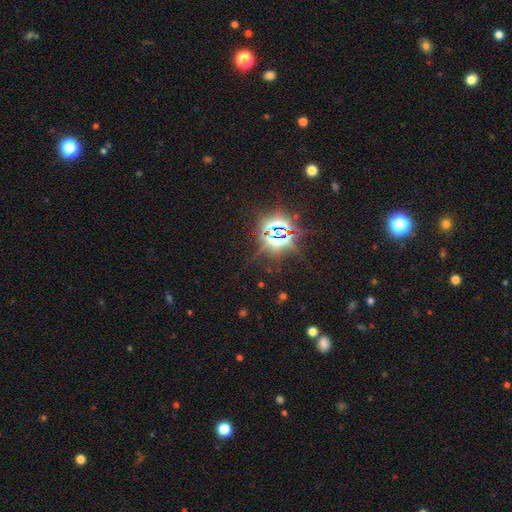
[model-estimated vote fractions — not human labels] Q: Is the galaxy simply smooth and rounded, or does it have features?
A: star or artifact — 84%.